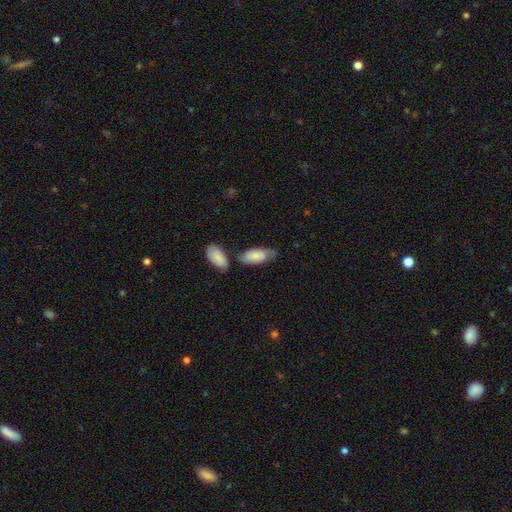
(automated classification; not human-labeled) Q: Smooth or featured?
A: smooth (66%); runner-up: featured or disk (28%)
Q: How rounded?
A: in between (87%); runner-up: cigar-shaped (11%)
Q: Merging?
A: none (48%); runner-up: minor disturbance (25%)